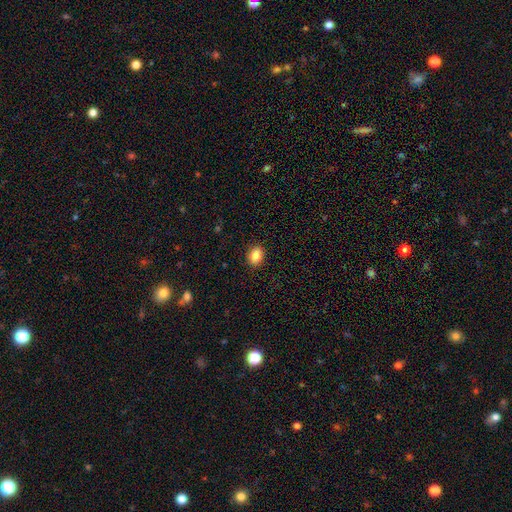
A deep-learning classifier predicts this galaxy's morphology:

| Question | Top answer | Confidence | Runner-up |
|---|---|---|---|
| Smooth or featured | smooth | 87% | star or artifact (9%) |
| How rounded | in between | 66% | round (33%) |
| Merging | none | 90% | minor disturbance (7%) |